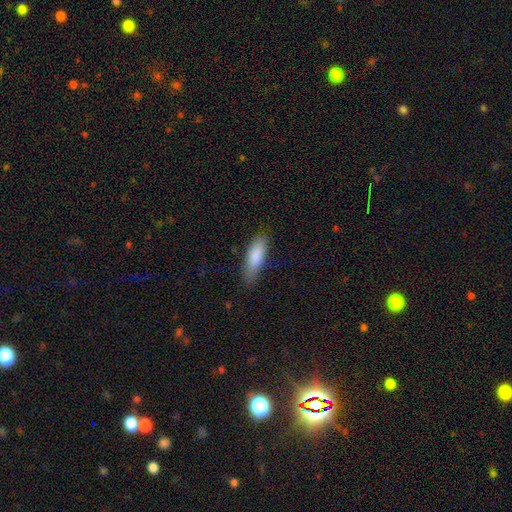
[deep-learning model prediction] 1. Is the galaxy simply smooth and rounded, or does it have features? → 85% smooth, 9% featured or disk, 6% star or artifact.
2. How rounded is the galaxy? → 55% in between, 44% cigar-shaped, 2% round.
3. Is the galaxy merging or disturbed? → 77% none, 18% minor disturbance, 4% major disturbance, 1% merger.